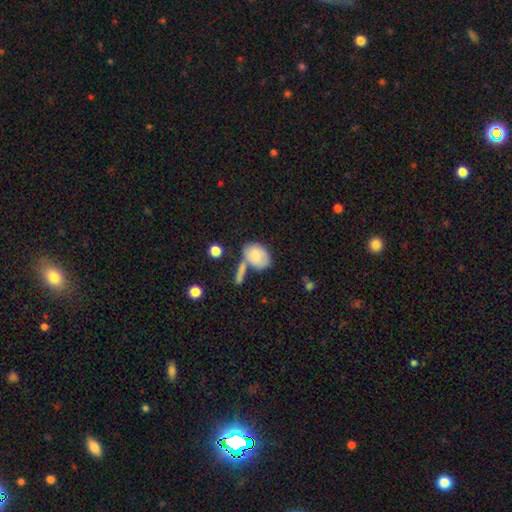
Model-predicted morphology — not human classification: type=smooth (77%); roundness=in between (77%); merging=none (44%).